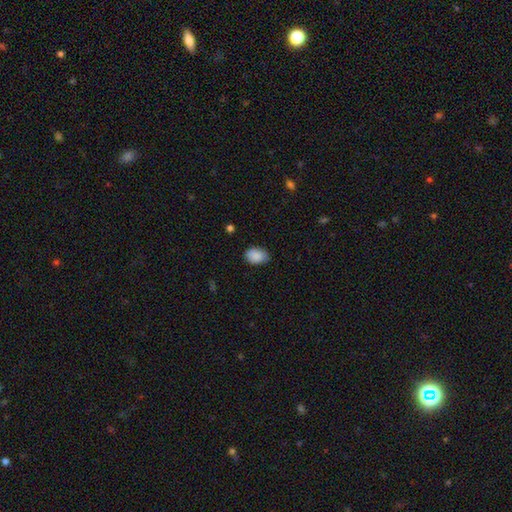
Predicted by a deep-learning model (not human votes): The model was most divided on "merging": none: 73%, minor disturbance: 22%, major disturbance: 3%, merger: 1%. More confident: smooth or featured — smooth (89%); how rounded — in between (81%).